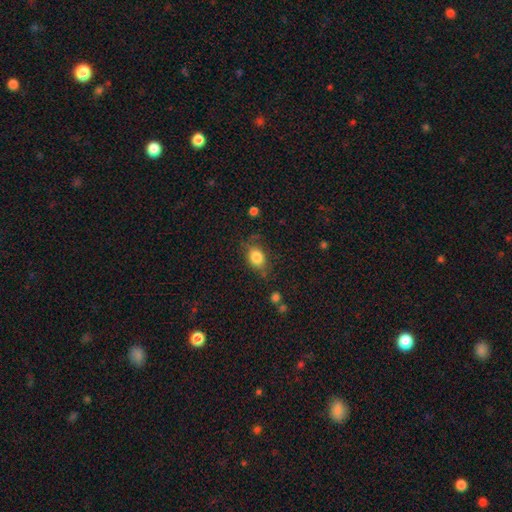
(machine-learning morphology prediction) This is clearly a smooth galaxy (83%). How rounded: likely in between (67%). Merging: likely none (67%).